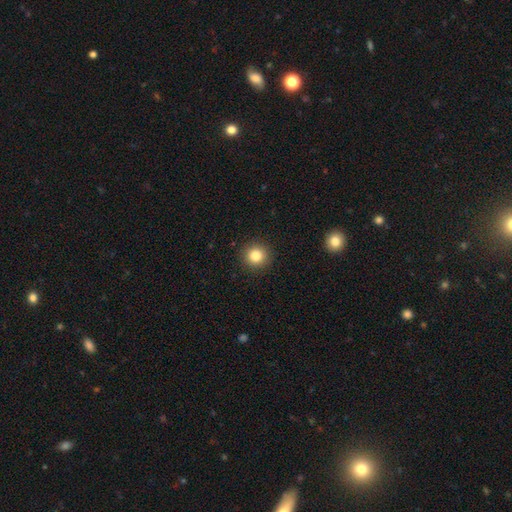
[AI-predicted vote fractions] Smooth or featured? Predicted: smooth (p=0.83). How rounded? Predicted: round (p=0.93). Merging? Predicted: none (p=0.92).